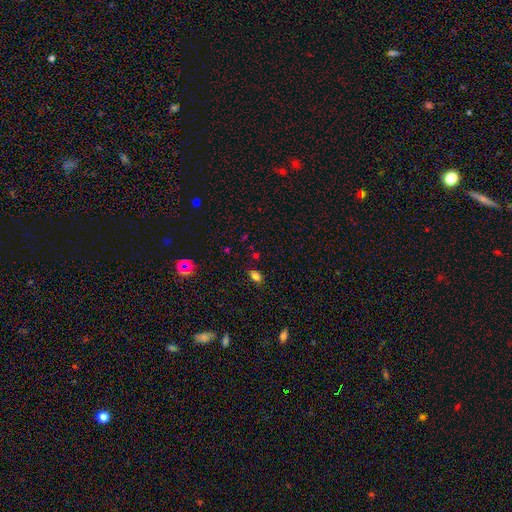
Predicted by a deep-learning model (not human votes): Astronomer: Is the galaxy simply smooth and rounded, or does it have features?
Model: smooth — 72%.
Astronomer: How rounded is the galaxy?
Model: in between — 78%.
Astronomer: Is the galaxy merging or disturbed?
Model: none — 81%.